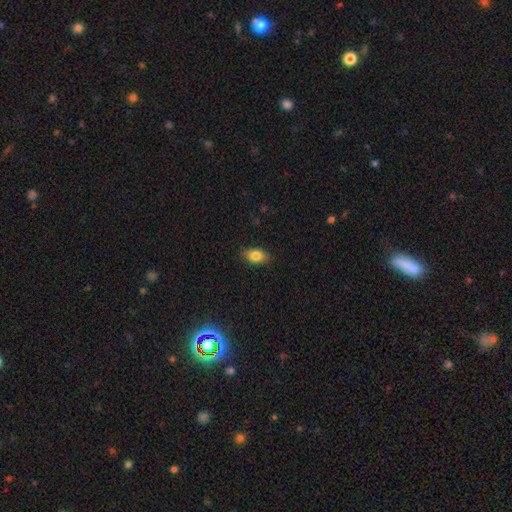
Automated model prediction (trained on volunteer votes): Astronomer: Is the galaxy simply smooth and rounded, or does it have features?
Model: smooth — 83%.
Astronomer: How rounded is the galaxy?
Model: in between — 86%.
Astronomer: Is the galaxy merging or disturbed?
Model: none — 86%.